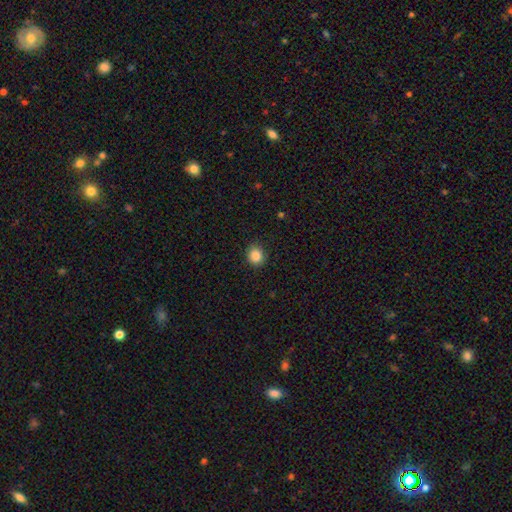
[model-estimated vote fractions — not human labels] A smooth galaxy with no disk features (87%) that is round (80%).

Vote fractions:
- Smooth or featured? smooth: 87% / star or artifact: 10% / featured or disk: 4%
- How rounded? round: 80% / in between: 19% / cigar-shaped: 1%
- Merging? none: 89% / minor disturbance: 8% / major disturbance: 2% / merger: 1%